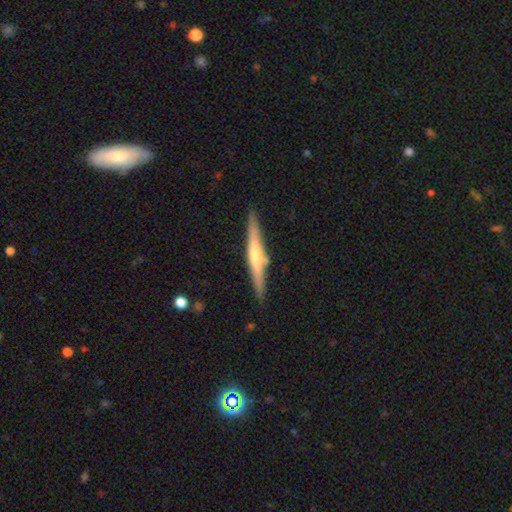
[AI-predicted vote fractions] Smooth or featured?
  - featured or disk: 66% *
  - smooth: 29%
  - star or artifact: 6%
Edge-on disk?
  - yes: 97% *
  - no: 3%
Edge-on bulge?
  - rounded: 78% *
  - none: 13%
  - boxy: 9%
Merging?
  - none: 87% *
  - minor disturbance: 9%
  - merger: 3%
  - major disturbance: 2%